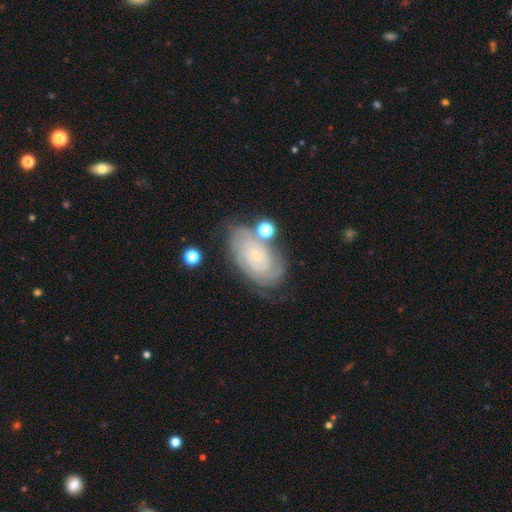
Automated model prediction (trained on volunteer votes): Overall: featured or disk (78%). Edge-on disk: no (96%). Bar: no (78%). Spiral arms: yes (92%). Spiral arm count: can't tell (43%; 2 27%). Spiral winding: tight (76%). Bulge size: small (83%). Merging: none (64%).